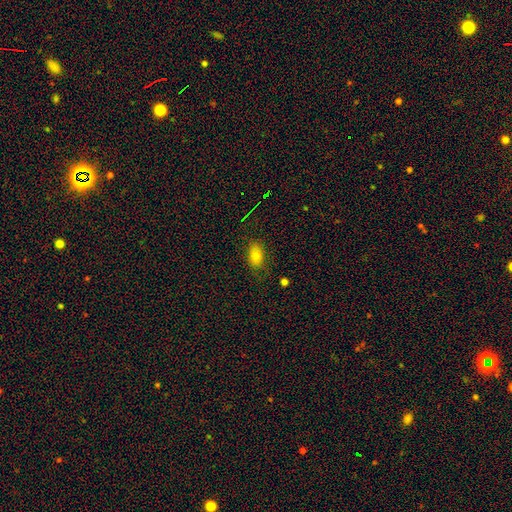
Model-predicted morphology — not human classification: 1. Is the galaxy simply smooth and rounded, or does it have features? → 79% smooth, 13% star or artifact, 8% featured or disk.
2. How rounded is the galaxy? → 87% in between, 9% round, 3% cigar-shaped.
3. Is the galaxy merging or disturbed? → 79% none, 15% minor disturbance, 4% major disturbance, 2% merger.